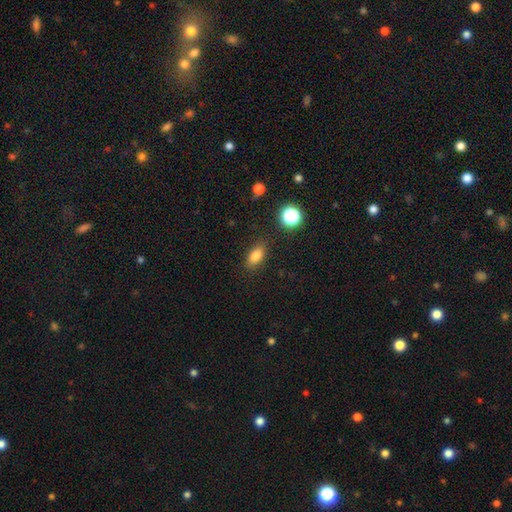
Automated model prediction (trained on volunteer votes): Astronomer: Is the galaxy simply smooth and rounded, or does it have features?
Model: smooth — 80%.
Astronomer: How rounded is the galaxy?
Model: in between — 81%.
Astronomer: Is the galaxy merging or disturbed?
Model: none — 85%.